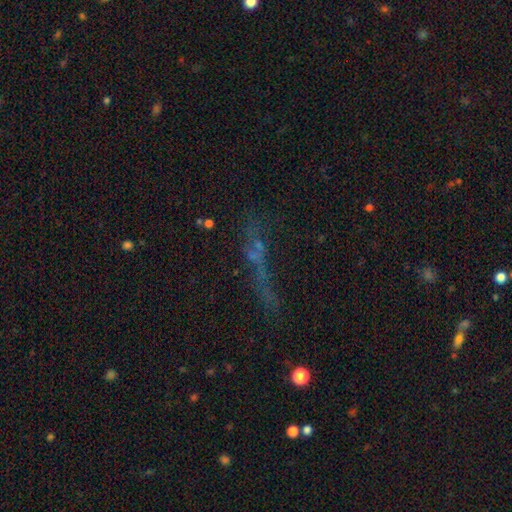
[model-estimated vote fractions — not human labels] Smooth or featured?
  - star or artifact: 39% *
  - featured or disk: 32%
  - smooth: 29%